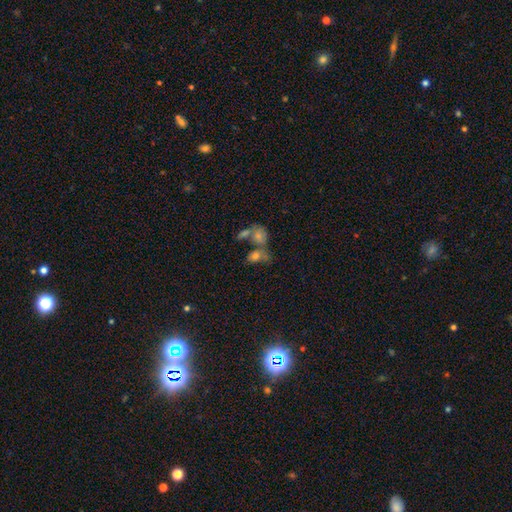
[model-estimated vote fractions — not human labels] A smooth galaxy with no disk features (63%) that is in between round and cigar-shaped (72%).

Vote fractions:
- Smooth or featured? smooth: 63% / featured or disk: 22% / star or artifact: 15%
- How rounded? in between: 72% / round: 24% / cigar-shaped: 4%
- Merging? merger: 45% / none: 32% / minor disturbance: 13% / major disturbance: 10%